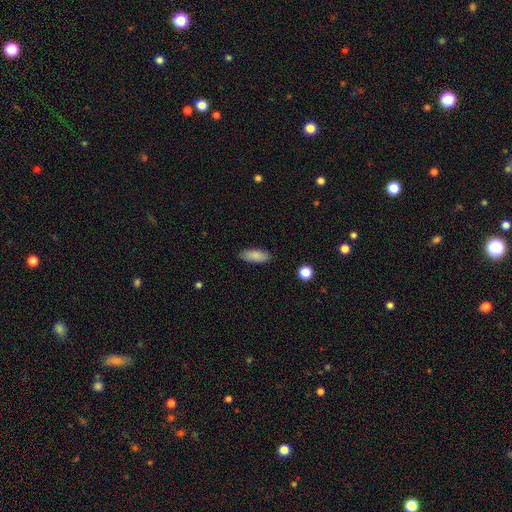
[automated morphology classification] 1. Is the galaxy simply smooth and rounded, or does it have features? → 87% smooth, 7% star or artifact, 6% featured or disk.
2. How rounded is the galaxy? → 73% in between, 25% cigar-shaped, 2% round.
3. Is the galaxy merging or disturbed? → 87% none, 10% minor disturbance, 2% major disturbance, 1% merger.